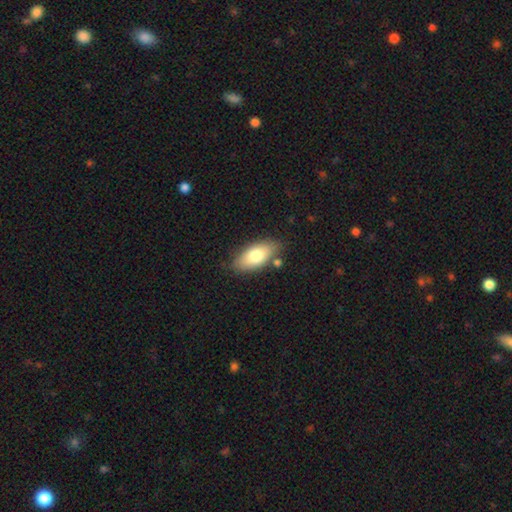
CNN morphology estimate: The model was most divided on "smooth or featured": smooth: 74%, featured or disk: 20%, star or artifact: 7%. More confident: how rounded — in between (88%); merging — none (76%).